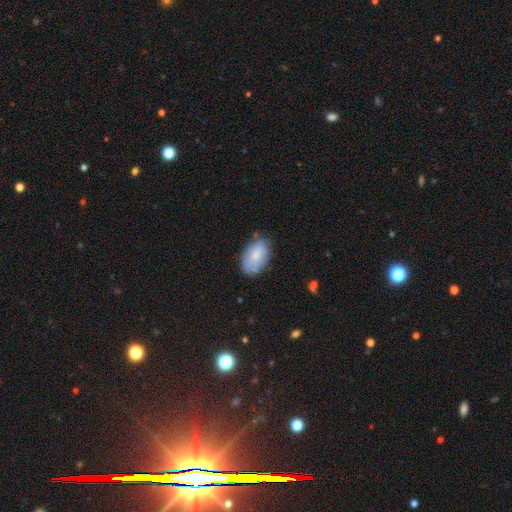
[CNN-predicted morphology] This is likely a smooth galaxy (75%). How rounded: clearly in between (92%). Merging: likely none (73%).